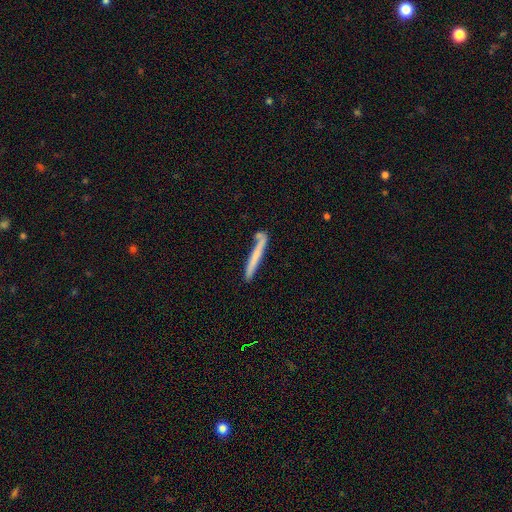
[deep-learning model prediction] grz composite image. It shows a smooth galaxy with no disk features (58%) that is cigar-shaped (96%). Merging: none (73%).